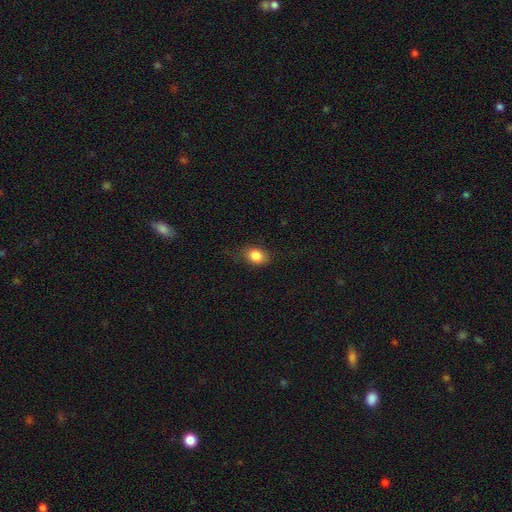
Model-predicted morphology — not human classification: type=smooth (84%); roundness=in between (66%); merging=none (73%).